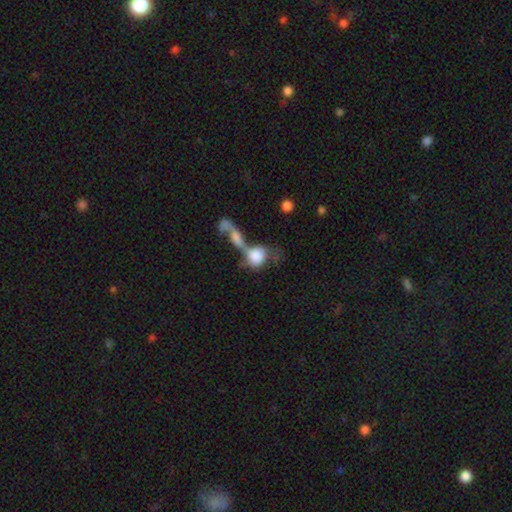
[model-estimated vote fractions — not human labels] The model was most divided on "how rounded": round: 55%, in between: 40%, cigar-shaped: 4%. More confident: smooth or featured — smooth (70%); merging — merger (66%).